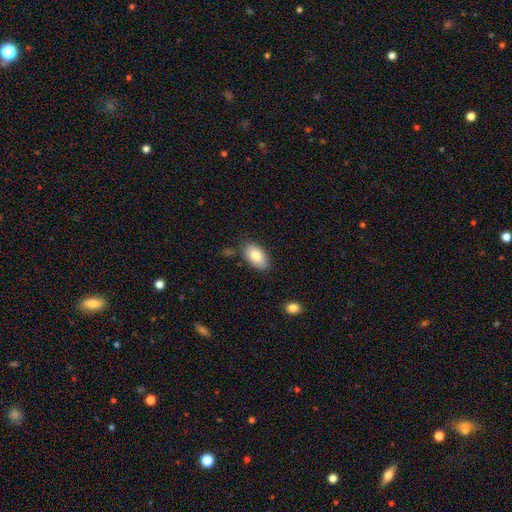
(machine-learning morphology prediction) Q: Smooth or featured?
A: smooth (81%); runner-up: featured or disk (12%)
Q: How rounded?
A: in between (94%); runner-up: round (4%)
Q: Merging?
A: none (81%); runner-up: minor disturbance (13%)